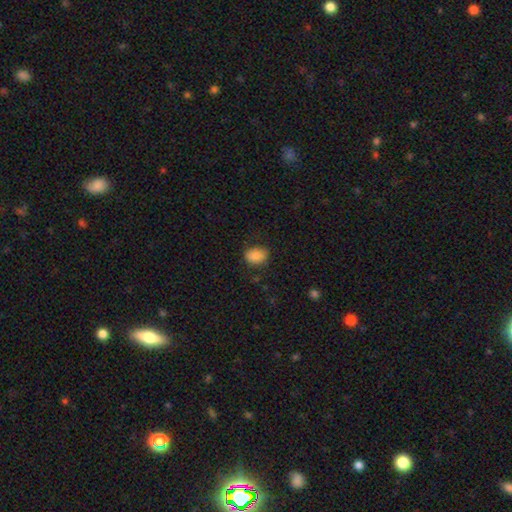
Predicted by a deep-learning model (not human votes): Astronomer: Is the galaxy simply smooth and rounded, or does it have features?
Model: smooth — 86%.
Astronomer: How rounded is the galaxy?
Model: in between — 63%.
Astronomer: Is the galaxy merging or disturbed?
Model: none — 74%.